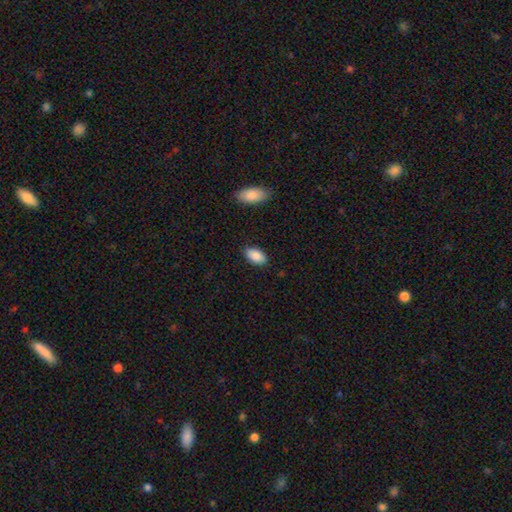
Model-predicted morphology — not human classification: A smooth galaxy with no disk features (89%) that is in between round and cigar-shaped (94%). Merging: none (85%).